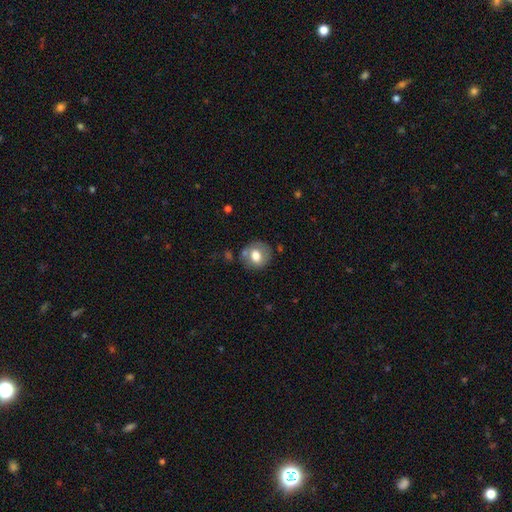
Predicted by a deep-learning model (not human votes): A smooth galaxy with no disk features (69%) that is round (74%). Merging: none (71%).